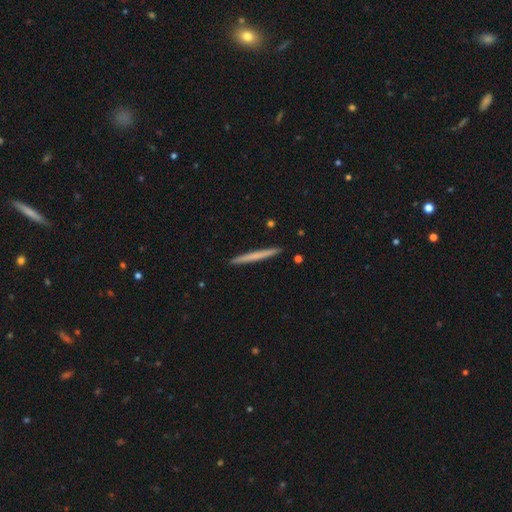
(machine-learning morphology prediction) This appears to be a smooth galaxy with no disk features (58%) that is cigar-shaped (97%). Merging: none (93%).